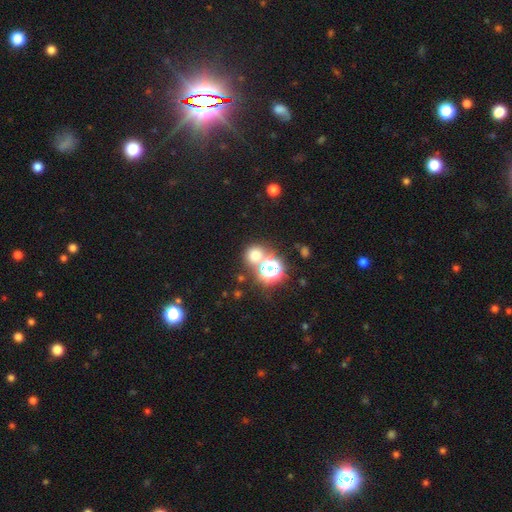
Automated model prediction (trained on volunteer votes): Overall: smooth (64%; star or artifact 28%). How rounded: round (86%). Merging: none (64%; merger 25%).